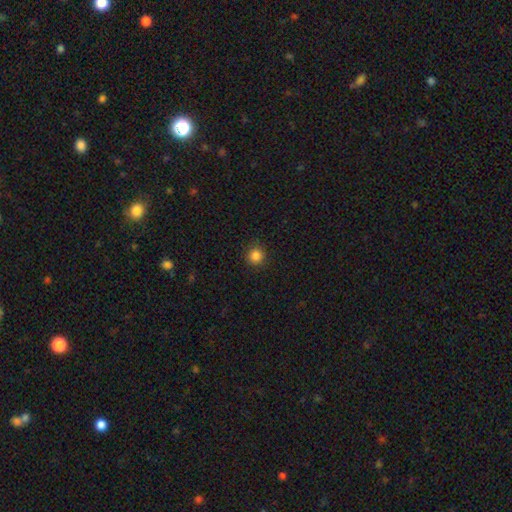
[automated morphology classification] This is clearly a smooth galaxy (84%). How rounded: clearly round (94%). Merging: clearly none (90%).